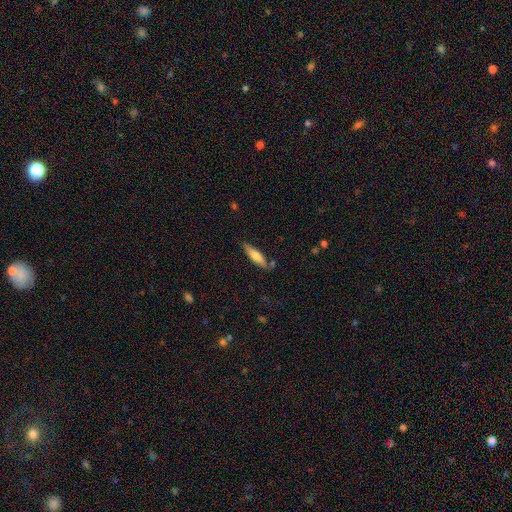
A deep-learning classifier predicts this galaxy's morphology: The model was most divided on "smooth or featured": smooth: 62%, featured or disk: 32%, star or artifact: 6%. More confident: merging — none (78%); how rounded — cigar-shaped (71%).